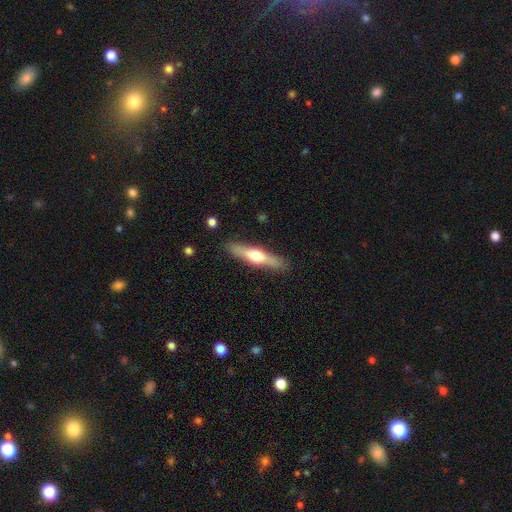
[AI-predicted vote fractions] Smooth or featured? featured or disk (52%)
Edge-on disk? yes (91%)
Merging? none (87%)